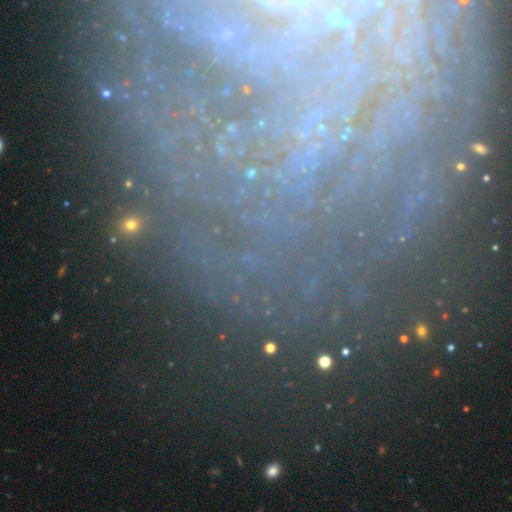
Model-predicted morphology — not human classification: Overall: star or artifact (53%; featured or disk 33%).